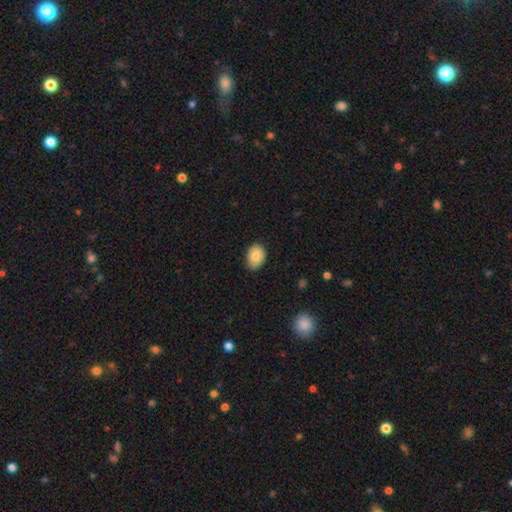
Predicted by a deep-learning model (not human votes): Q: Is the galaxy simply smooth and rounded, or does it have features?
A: smooth — 79%.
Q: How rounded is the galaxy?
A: in between — 68%.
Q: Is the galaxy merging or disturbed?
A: none — 79%.